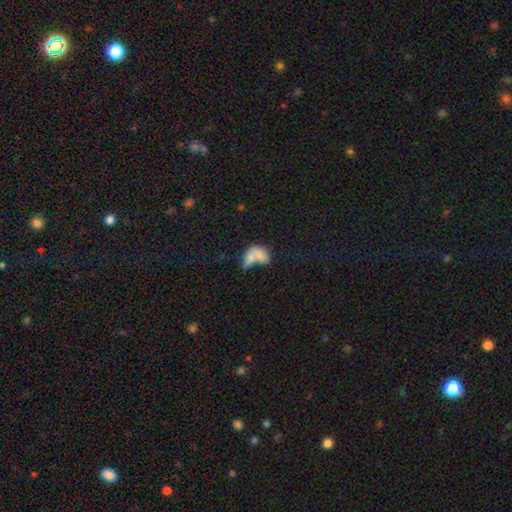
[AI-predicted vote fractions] Smooth or featured: smooth — 70% (featured or disk — 20%)
How rounded: in between — 83% (round — 14%)
Merging: merger — 64% (none — 16%)